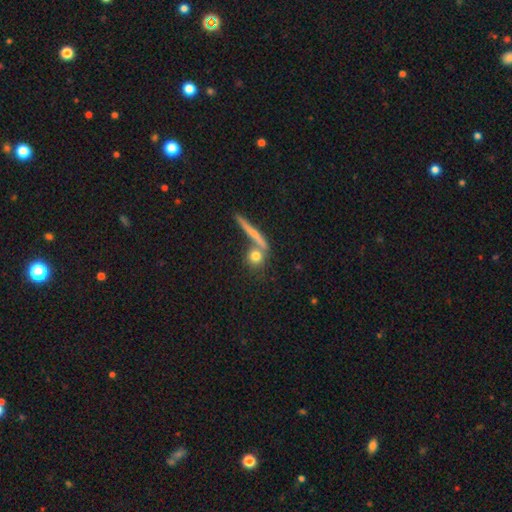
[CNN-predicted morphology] This appears to be a smooth galaxy with no disk features (71%) that is round (75%). Merging: none (61%).